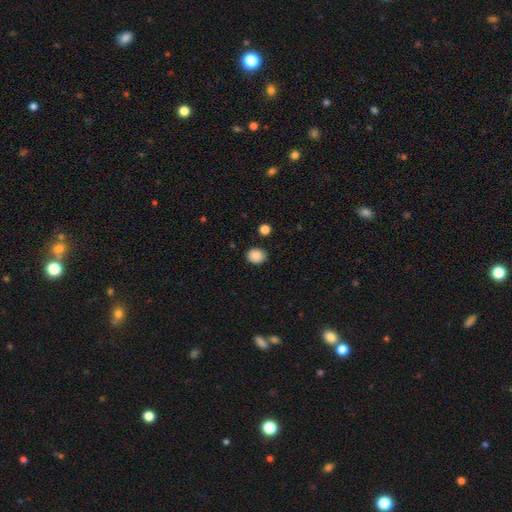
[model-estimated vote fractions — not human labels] This is clearly a smooth galaxy (88%). How rounded: likely round (61%). Merging: clearly none (86%).